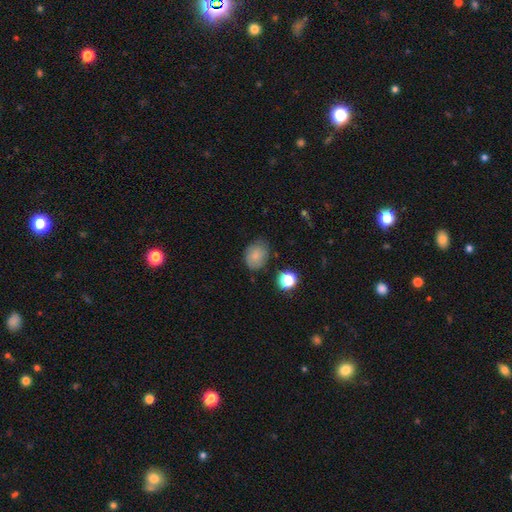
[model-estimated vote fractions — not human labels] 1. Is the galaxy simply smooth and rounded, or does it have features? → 71% smooth, 18% featured or disk, 11% star or artifact.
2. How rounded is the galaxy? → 57% in between, 42% round, 1% cigar-shaped.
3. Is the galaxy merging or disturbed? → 69% none, 23% minor disturbance, 6% major disturbance, 3% merger.